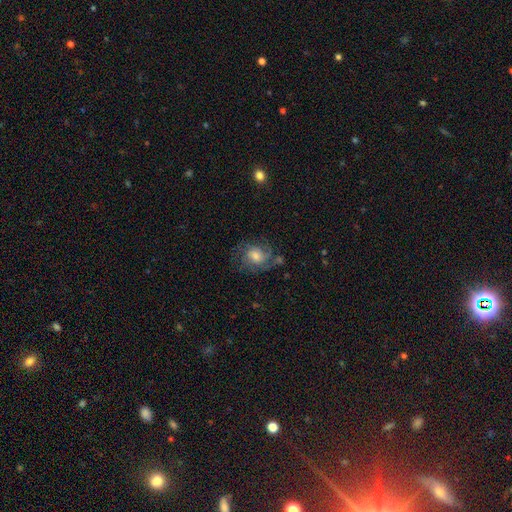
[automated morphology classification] smooth_or_featured: featured or disk (p=0.66) [alt: smooth p=0.24]
disk_edge_on: no (p=0.97) [alt: yes p=0.03]
bar: no (p=0.64) [alt: weak p=0.31]
has_spiral_arms: yes (p=0.89) [alt: no p=0.11]
spiral_winding: tight (p=0.43) [alt: medium p=0.42]
spiral_arm_count: can't tell (p=0.31) [alt: 3 p=0.27]
bulge_size: moderate (p=0.54) [alt: small p=0.23]
merging: none (p=0.66) [alt: minor disturbance p=0.19]